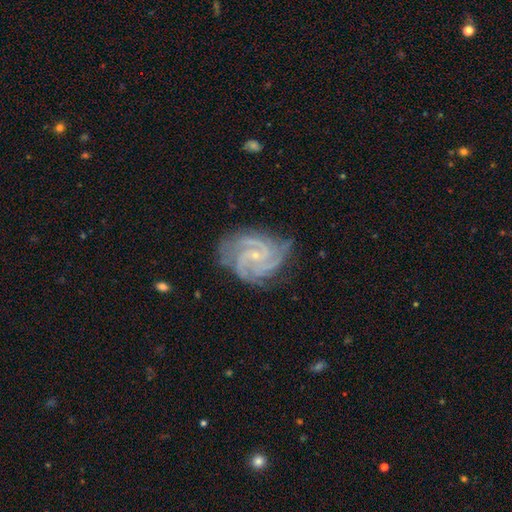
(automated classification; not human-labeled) featured or disk 92%, star or artifact 5%, smooth 3%. Down the decision tree: edge-on disk — no (98%); bar — no (63%); spiral arms — yes (99%); spiral arm count — 3 (46%); spiral winding — tight (63%); bulge size — small (82%); merging — none (76%).